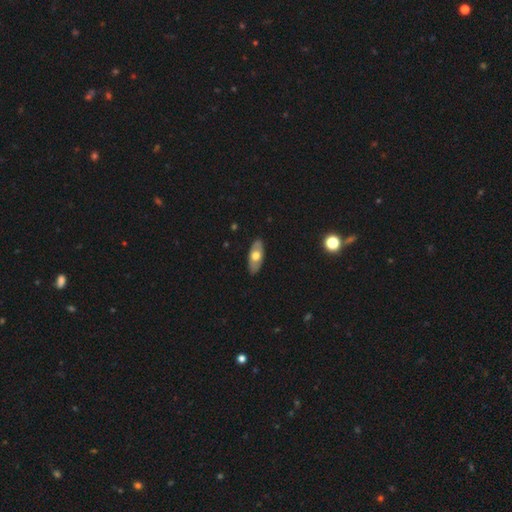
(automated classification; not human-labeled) Smooth or featured? Predicted: smooth (p=0.53). How rounded? Predicted: in between (p=0.86). Merging? Predicted: none (p=0.88).